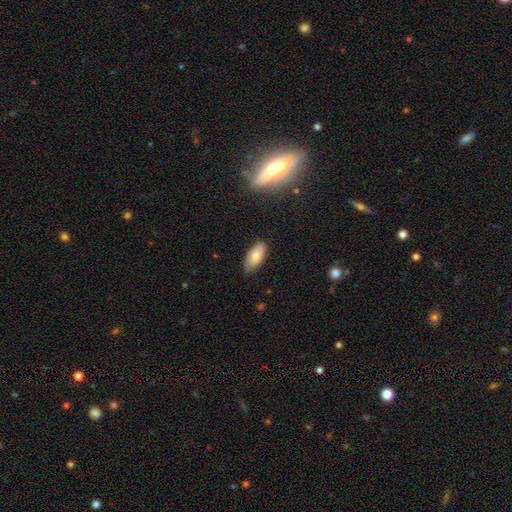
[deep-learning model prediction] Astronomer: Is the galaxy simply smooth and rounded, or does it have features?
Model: smooth — 80%.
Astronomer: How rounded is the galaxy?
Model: in between — 90%.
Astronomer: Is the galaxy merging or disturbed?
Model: none — 83%.